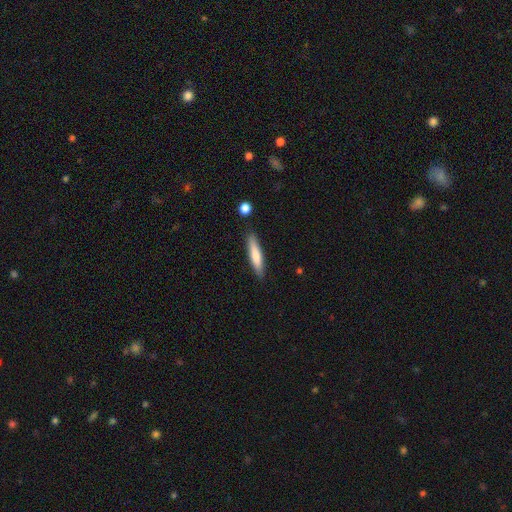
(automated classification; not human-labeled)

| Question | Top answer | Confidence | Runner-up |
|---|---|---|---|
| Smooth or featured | smooth | 73% | featured or disk (21%) |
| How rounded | cigar-shaped | 86% | in between (13%) |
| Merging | none | 86% | minor disturbance (10%) |